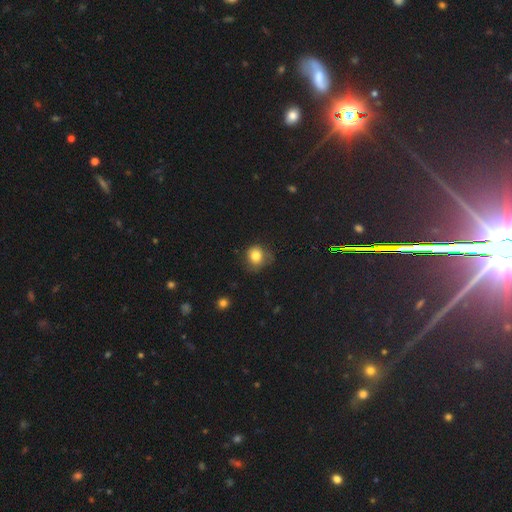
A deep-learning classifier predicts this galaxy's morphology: Smooth or featured?
  - smooth: 79% *
  - star or artifact: 11%
  - featured or disk: 9%
How rounded?
  - round: 80% *
  - in between: 19%
  - cigar-shaped: 1%
Merging?
  - none: 63% *
  - minor disturbance: 26%
  - major disturbance: 9%
  - merger: 2%